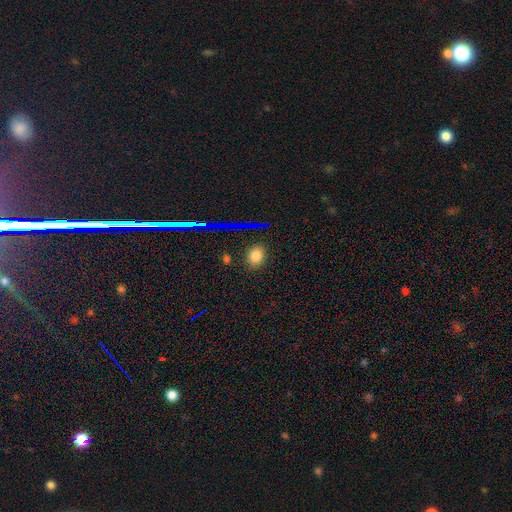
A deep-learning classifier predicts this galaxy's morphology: smooth_or_featured: smooth (p=0.76) [alt: star or artifact p=0.16]
how_rounded: in between (p=0.55) [alt: round p=0.43]
merging: none (p=0.86) [alt: minor disturbance p=0.10]